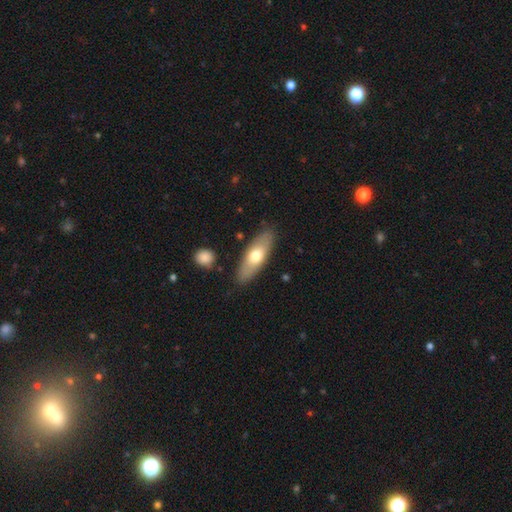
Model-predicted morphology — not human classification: smooth 61%, featured or disk 33%, star or artifact 5%. Down the decision tree: how rounded — in between (60%); merging — none (85%).